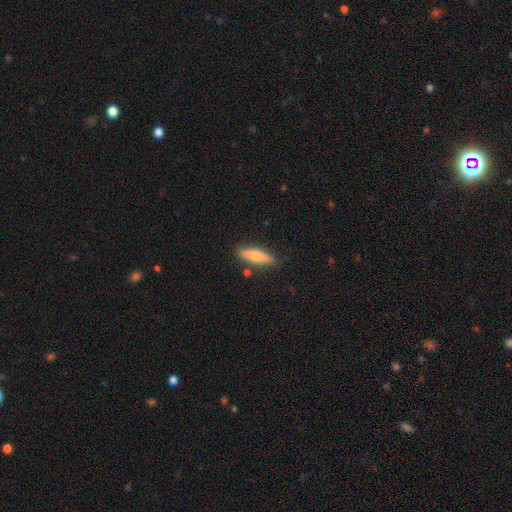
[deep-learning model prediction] smooth-or-featured: smooth: 75% | featured or disk: 19% | star or artifact: 6%
  how-rounded: cigar-shaped: 66% | in between: 32% | round: 2%
  merging: none: 81% | minor disturbance: 13% | merger: 4% | major disturbance: 3%